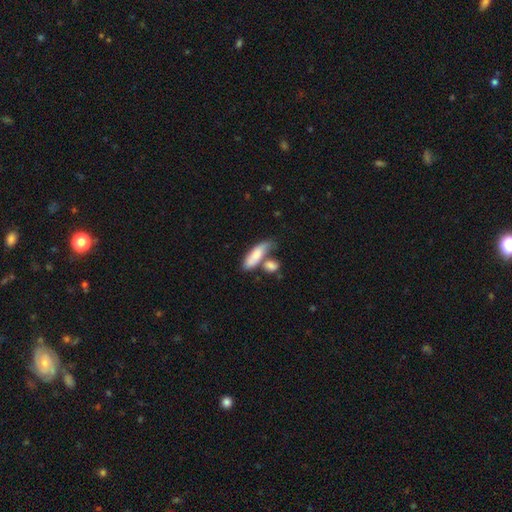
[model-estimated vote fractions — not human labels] A smooth galaxy with no disk features (74%) that is in between round and cigar-shaped (62%).

Vote fractions:
- Smooth or featured? smooth: 74% / featured or disk: 20% / star or artifact: 6%
- How rounded? in between: 62% / cigar-shaped: 35% / round: 3%
- Merging? merger: 38% / none: 36% / minor disturbance: 17% / major disturbance: 9%